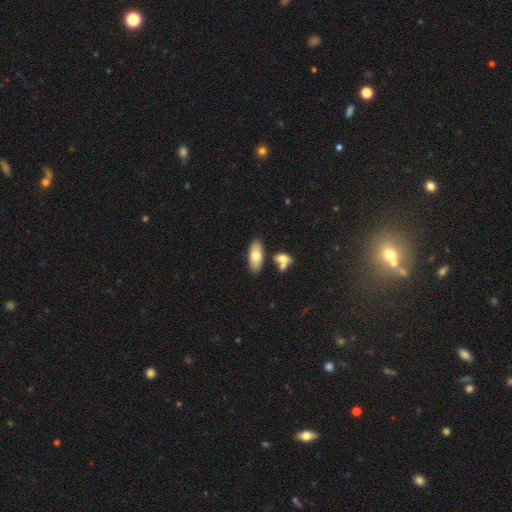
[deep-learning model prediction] Q: Smooth or featured?
A: smooth (69%); runner-up: featured or disk (25%)
Q: How rounded?
A: in between (84%); runner-up: cigar-shaped (14%)
Q: Merging?
A: none (75%); runner-up: merger (12%)